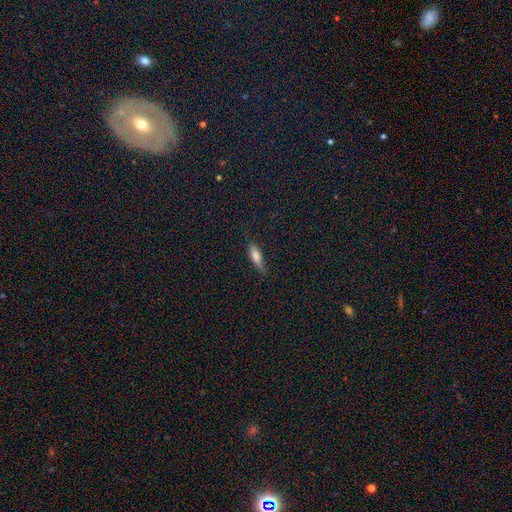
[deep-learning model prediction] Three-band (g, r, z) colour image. It shows a smooth galaxy with no disk features (69%) that is cigar-shaped (58%). Merging: none (72%).